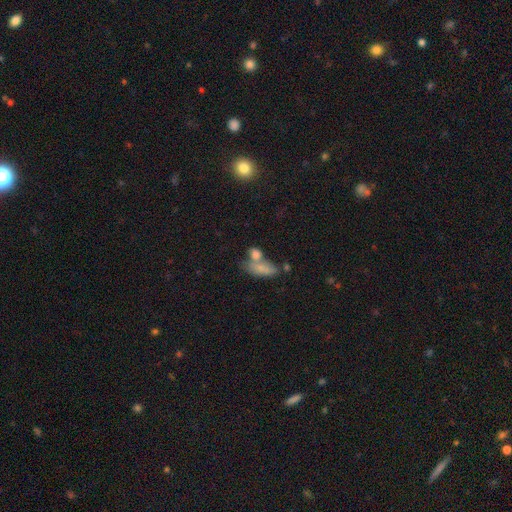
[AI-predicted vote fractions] The model was most divided on "merging": merger: 48%, none: 32%, minor disturbance: 13%, major disturbance: 8%. More confident: how rounded — in between (73%); smooth or featured — smooth (71%).